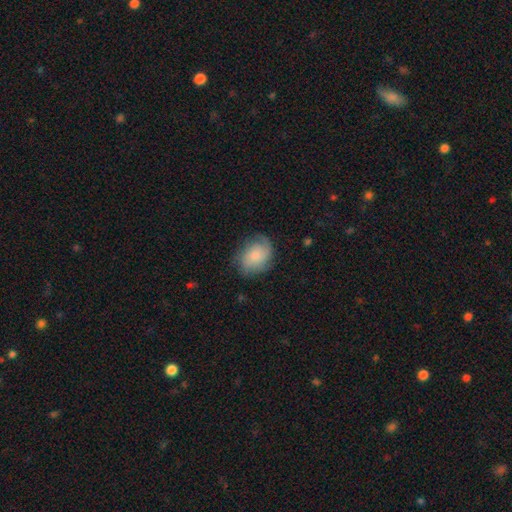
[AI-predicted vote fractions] This is possibly a smooth galaxy (52%). How rounded: possibly in between (59%). Merging: likely none (67%).